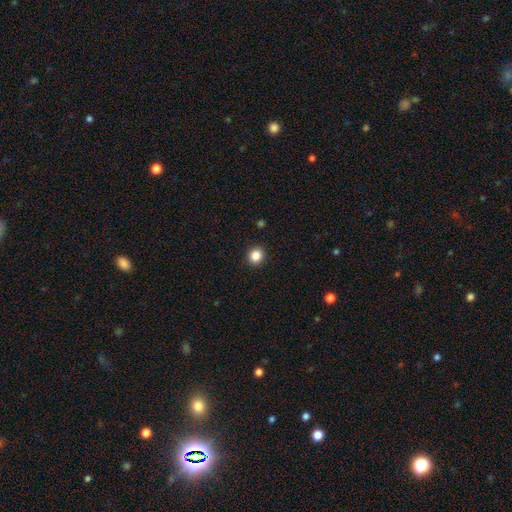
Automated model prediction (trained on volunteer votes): Overall: smooth (85%). How rounded: round (87%). Merging: none (93%).